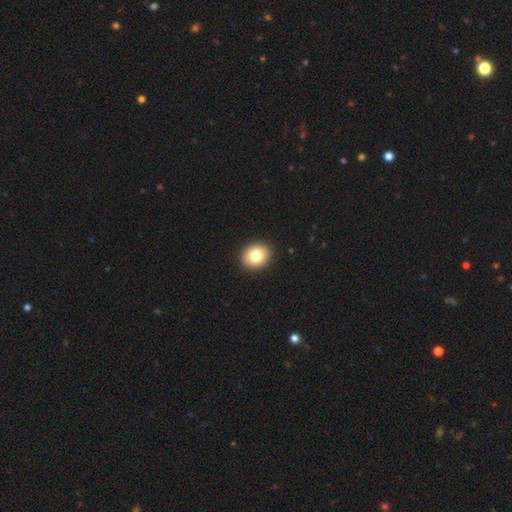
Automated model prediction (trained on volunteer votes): The model was most divided on "how rounded": round: 58%, in between: 41%, cigar-shaped: 1%. More confident: merging — none (92%); smooth or featured — smooth (81%).